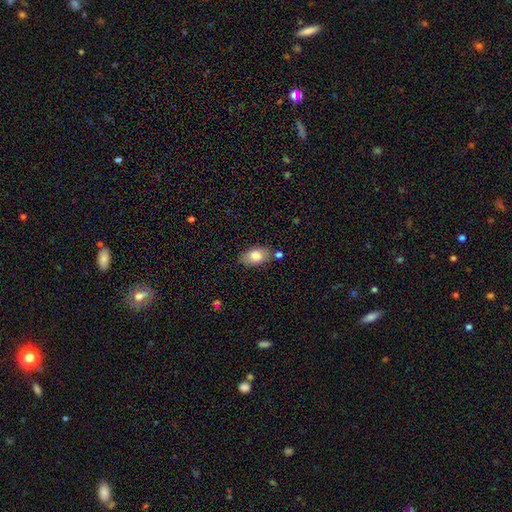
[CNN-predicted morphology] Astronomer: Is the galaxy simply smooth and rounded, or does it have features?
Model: smooth — 81%.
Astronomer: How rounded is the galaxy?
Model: in between — 90%.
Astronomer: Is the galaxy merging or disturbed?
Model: none — 74%.